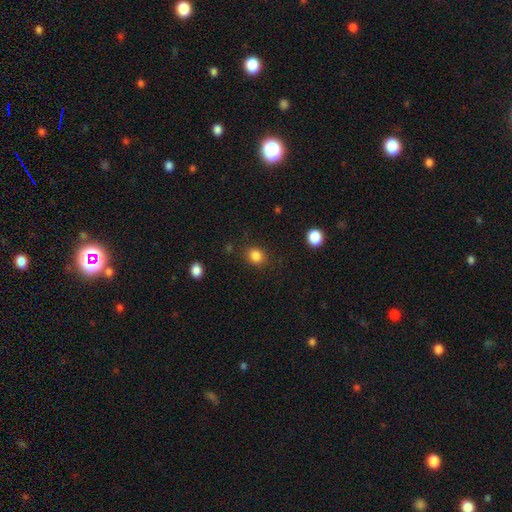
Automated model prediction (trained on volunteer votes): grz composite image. It shows a smooth galaxy with no disk features (85%) that is round (64%). Merging: none (84%).